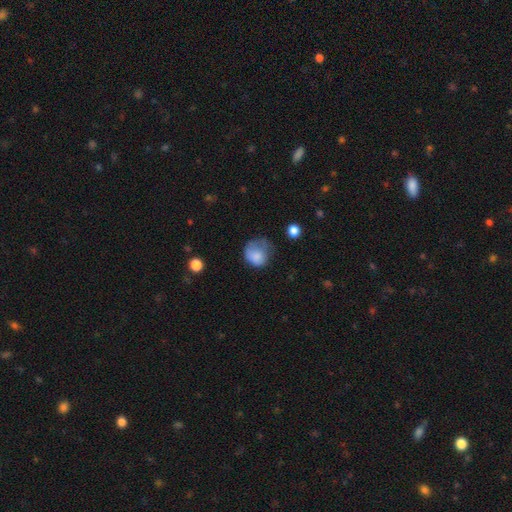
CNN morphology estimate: Q: Smooth or featured?
A: smooth (78%); runner-up: featured or disk (14%)
Q: How rounded?
A: round (71%); runner-up: in between (28%)
Q: Merging?
A: minor disturbance (33%); tied with: none (33%)